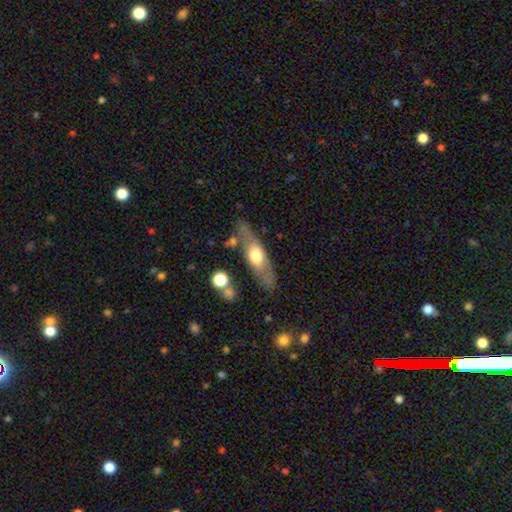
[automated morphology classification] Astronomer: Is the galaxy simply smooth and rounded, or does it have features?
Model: featured or disk — 49% (runner-up: smooth, 45%).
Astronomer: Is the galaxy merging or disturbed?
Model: none — 73%.